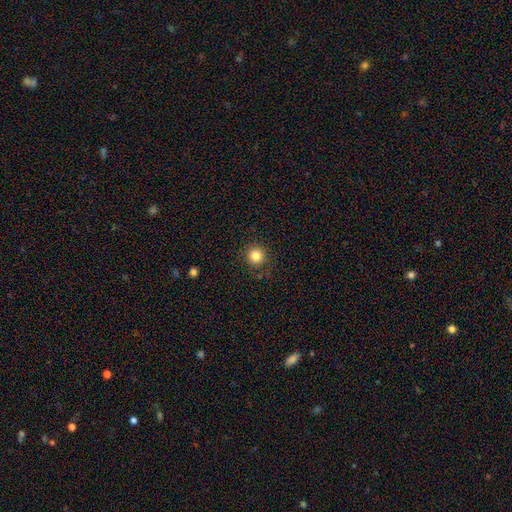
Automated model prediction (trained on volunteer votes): This is clearly a smooth galaxy (83%). How rounded: clearly round (95%). Merging: clearly none (89%).